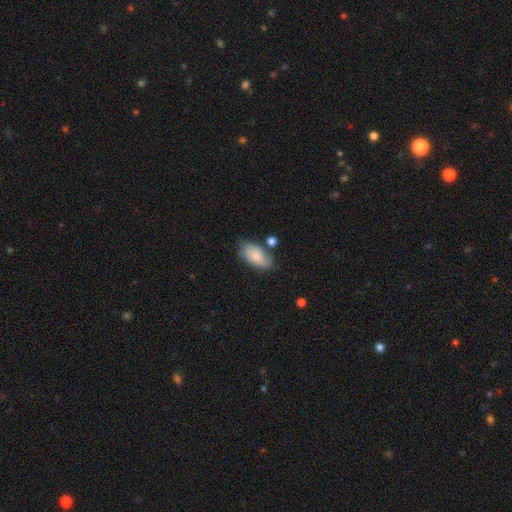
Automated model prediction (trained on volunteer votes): A smooth galaxy with no disk features (75%) that is in between round and cigar-shaped (93%). Merging: none (67%).